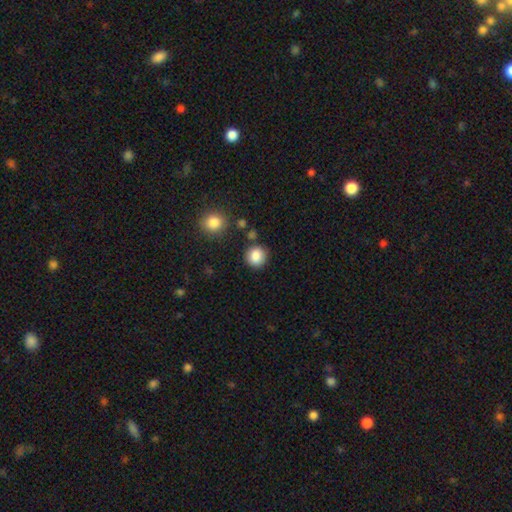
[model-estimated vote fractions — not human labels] This is clearly a smooth galaxy (87%). How rounded: clearly round (90%). Merging: clearly none (85%).